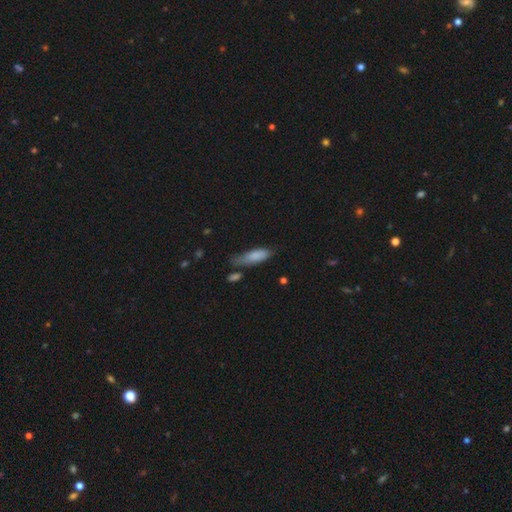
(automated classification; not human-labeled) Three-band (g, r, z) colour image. It shows a smooth galaxy with no disk features (83%) that is in between round and cigar-shaped (59%). Merging: none (43%).